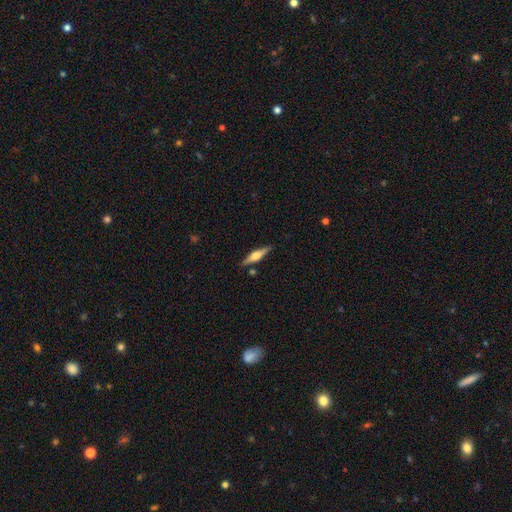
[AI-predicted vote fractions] Morphology: type=featured or disk (65%); edge-on=yes (97%); edge-on bulge=rounded (86%); merging=none (86%).